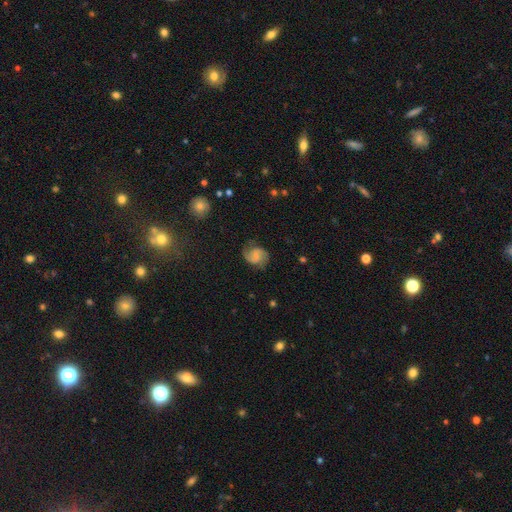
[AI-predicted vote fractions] featured or disk 66%, smooth 26%, star or artifact 8%. Down the decision tree: edge-on disk — no (98%); bar — weak (48%); spiral arms — yes (94%); spiral arm count — 2 (86%); spiral winding — medium (47%); bulge size — none (49%); merging — none (71%).